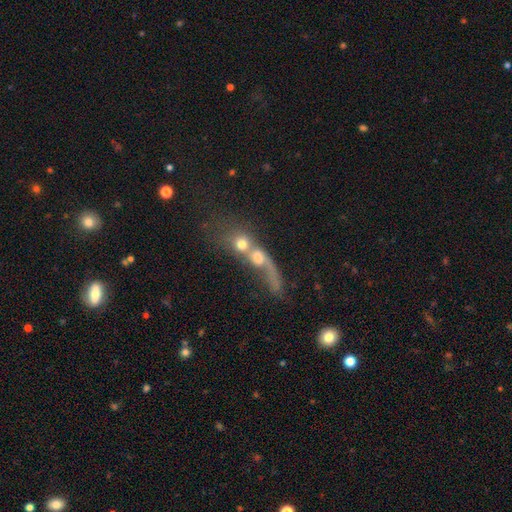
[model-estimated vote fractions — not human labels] smooth 47%, featured or disk 40%, star or artifact 13%. Down the decision tree: merging — merger (70%).